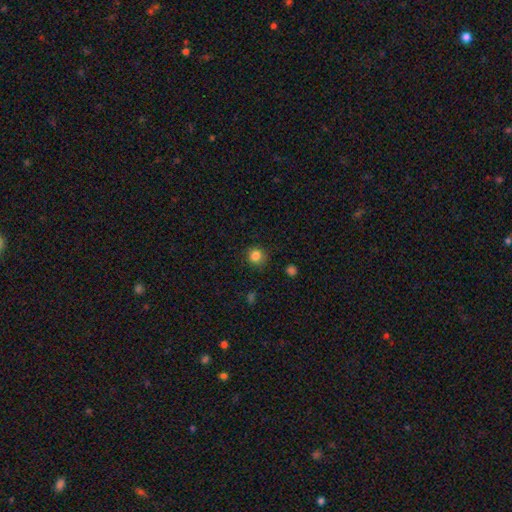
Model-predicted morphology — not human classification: Smooth or featured: smooth — 84% (star or artifact — 12%)
How rounded: round — 89% (in between — 10%)
Merging: none — 86% (minor disturbance — 10%)